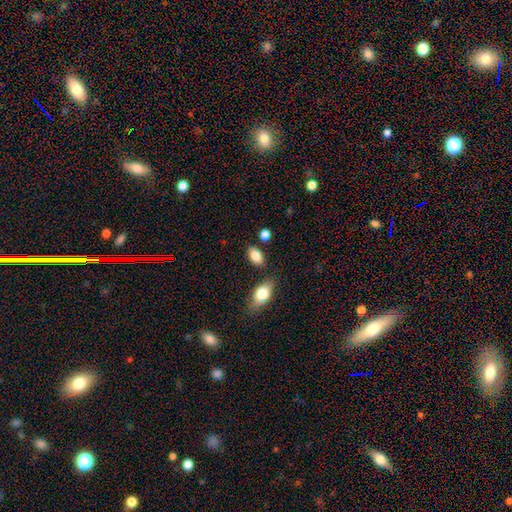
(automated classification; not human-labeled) Smooth or featured: smooth — 84% (featured or disk — 8%)
How rounded: in between — 88% (round — 9%)
Merging: none — 80% (minor disturbance — 11%)